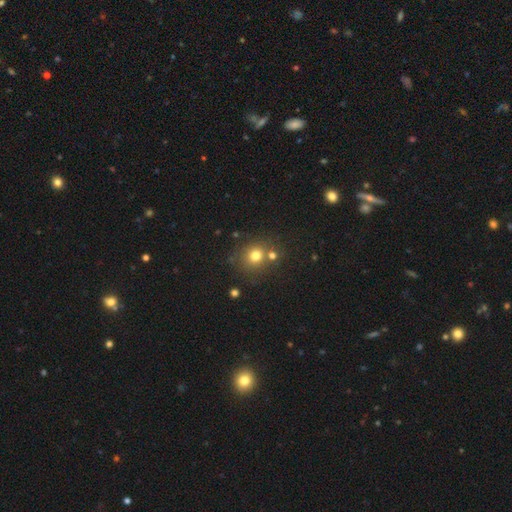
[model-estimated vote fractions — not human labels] Smooth or featured?
  - smooth: 75% *
  - star or artifact: 16%
  - featured or disk: 9%
How rounded?
  - round: 84% *
  - in between: 16%
  - cigar-shaped: 1%
Merging?
  - none: 69% *
  - merger: 18%
  - minor disturbance: 9%
  - major disturbance: 4%